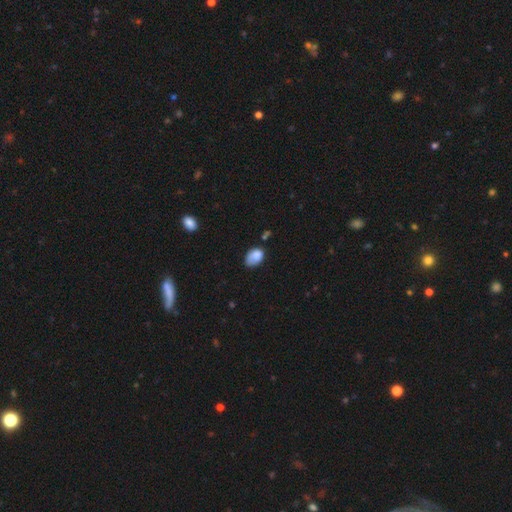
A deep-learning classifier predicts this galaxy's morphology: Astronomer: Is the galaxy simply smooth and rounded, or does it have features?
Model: smooth — 81%.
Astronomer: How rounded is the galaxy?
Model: in between — 82%.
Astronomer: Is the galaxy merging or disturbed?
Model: none — 46% (runner-up: minor disturbance, 36%).